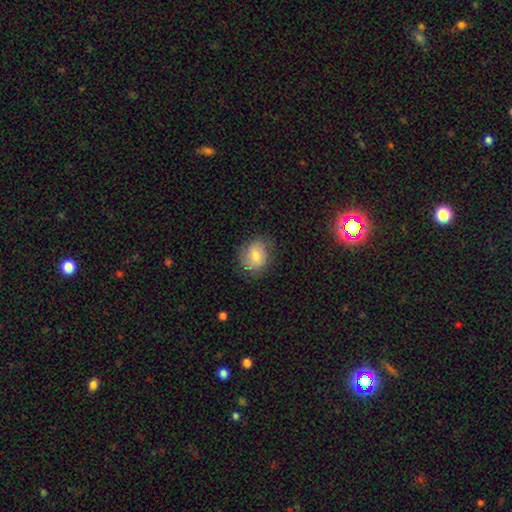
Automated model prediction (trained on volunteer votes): This is likely a smooth galaxy (72%). How rounded: likely round (61%). Merging: likely none (74%).